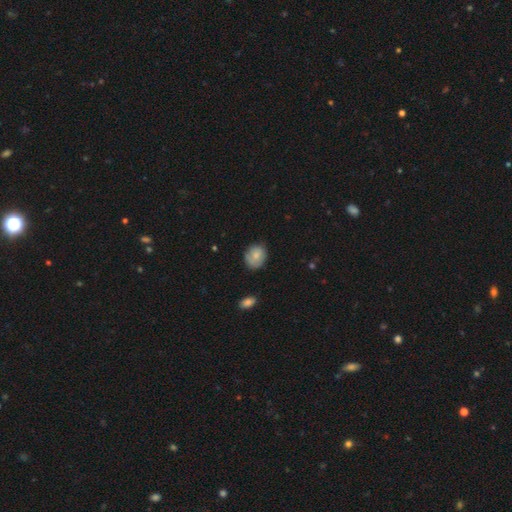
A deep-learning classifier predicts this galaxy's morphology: A smooth galaxy with no disk features (76%) that is round (64%).

Vote fractions:
- Smooth or featured? smooth: 76% / featured or disk: 16% / star or artifact: 8%
- How rounded? round: 64% / in between: 35% / cigar-shaped: 1%
- Merging? none: 67% / minor disturbance: 26% / major disturbance: 5% / merger: 2%